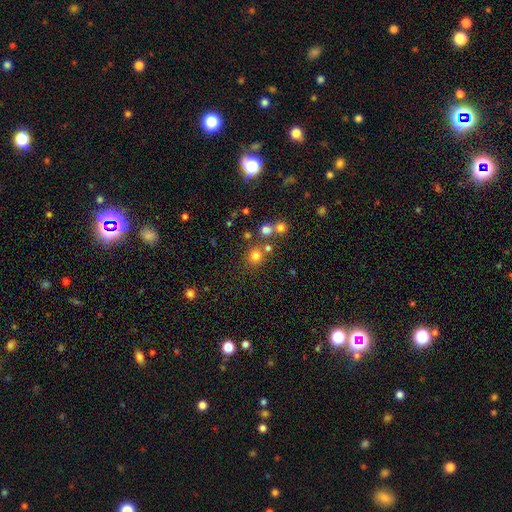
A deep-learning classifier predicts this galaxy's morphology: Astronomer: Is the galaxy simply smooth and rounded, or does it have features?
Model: smooth — 73%.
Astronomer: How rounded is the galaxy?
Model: round — 86%.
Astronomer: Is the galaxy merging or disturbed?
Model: none — 71%.